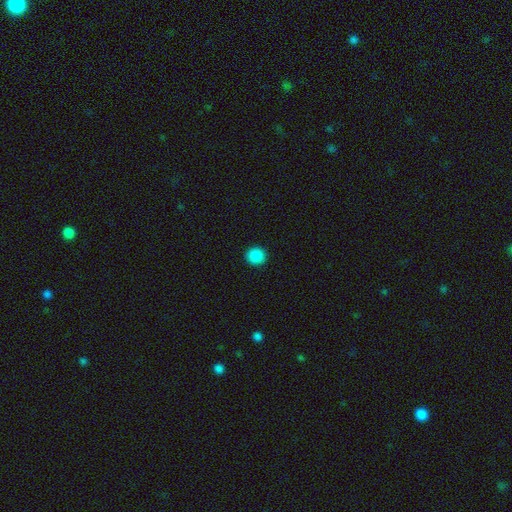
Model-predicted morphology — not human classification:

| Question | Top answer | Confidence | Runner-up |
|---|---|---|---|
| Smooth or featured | smooth | 88% | star or artifact (9%) |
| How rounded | round | 92% | in between (7%) |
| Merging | none | 93% | minor disturbance (5%) |